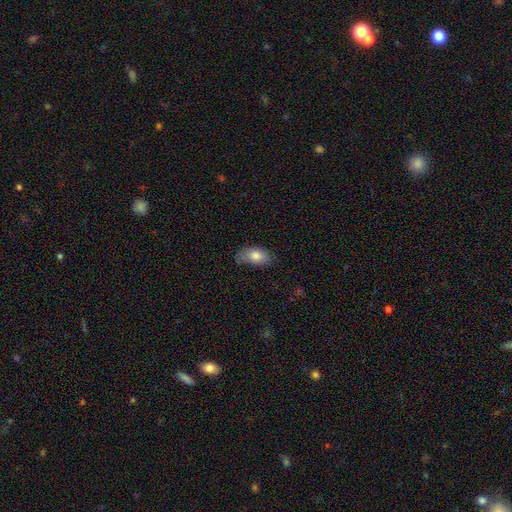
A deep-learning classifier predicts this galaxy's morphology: Overall: smooth (81%). How rounded: in between (92%). Merging: none (63%; minor disturbance 29%).